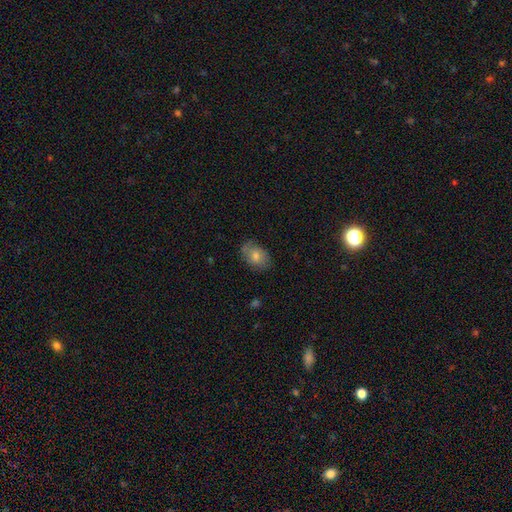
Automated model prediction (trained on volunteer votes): Smooth or featured: smooth — 60% (featured or disk — 26%)
How rounded: in between — 78% (round — 20%)
Merging: none — 76% (minor disturbance — 18%)